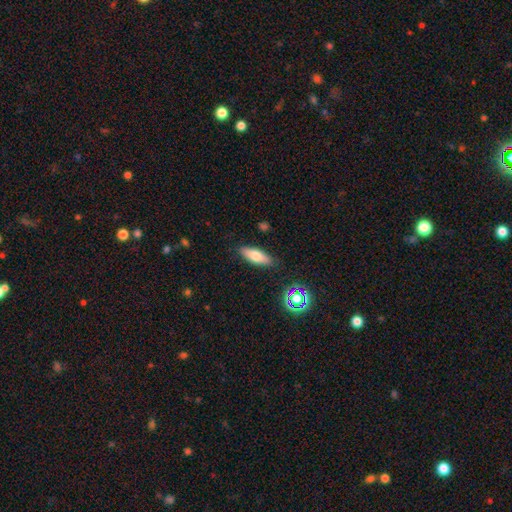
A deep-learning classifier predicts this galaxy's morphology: This is likely a smooth galaxy (73%). How rounded: likely in between (61%). Merging: clearly none (85%).